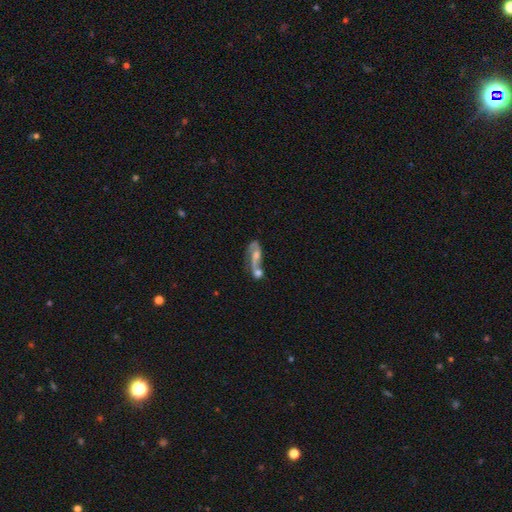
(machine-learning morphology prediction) This appears to be a featured or disk galaxy (65%) with no bar (56%), spiral arms (75%) and a moderate central bulge (43%). Merging: merger (47%).